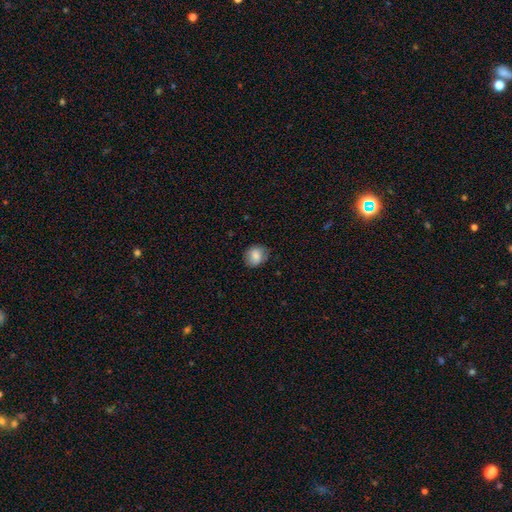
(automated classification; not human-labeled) Smooth or featured?
  - smooth: 81% *
  - featured or disk: 11%
  - star or artifact: 8%
How rounded?
  - round: 70% *
  - in between: 29%
  - cigar-shaped: 1%
Merging?
  - none: 76% *
  - minor disturbance: 19%
  - major disturbance: 4%
  - merger: 1%